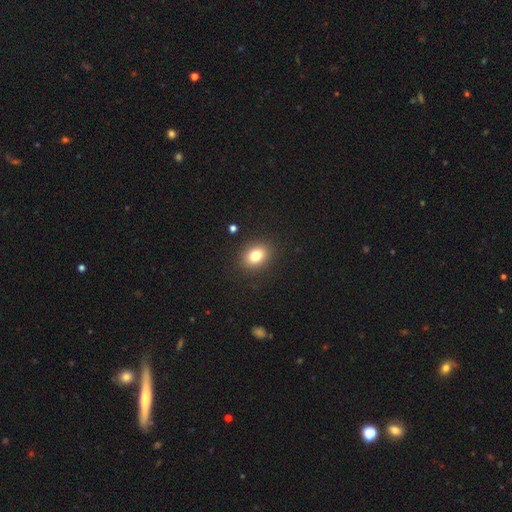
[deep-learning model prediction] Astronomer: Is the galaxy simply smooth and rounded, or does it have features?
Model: smooth — 80%.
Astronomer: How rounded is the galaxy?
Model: in between — 59% (runner-up: round, 40%).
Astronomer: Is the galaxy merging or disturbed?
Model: none — 89%.